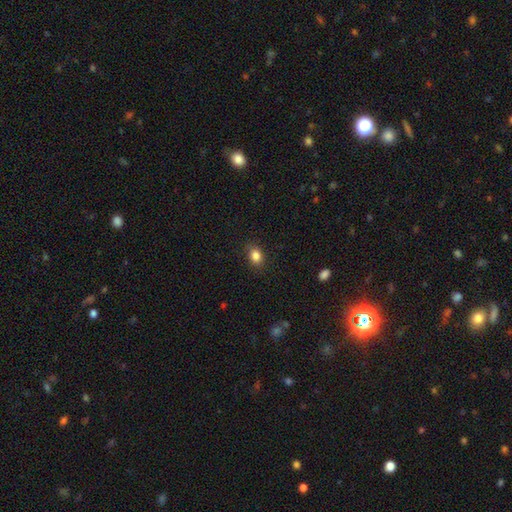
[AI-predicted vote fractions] Overall: smooth (85%). How rounded: in between (64%; round 35%). Merging: none (86%).